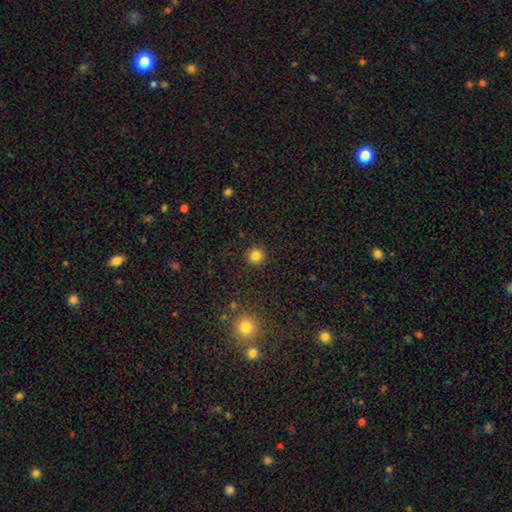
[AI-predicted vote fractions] The model was most divided on "smooth or featured": smooth: 83%, star or artifact: 12%, featured or disk: 5%. More confident: how rounded — round (95%); merging — none (92%).